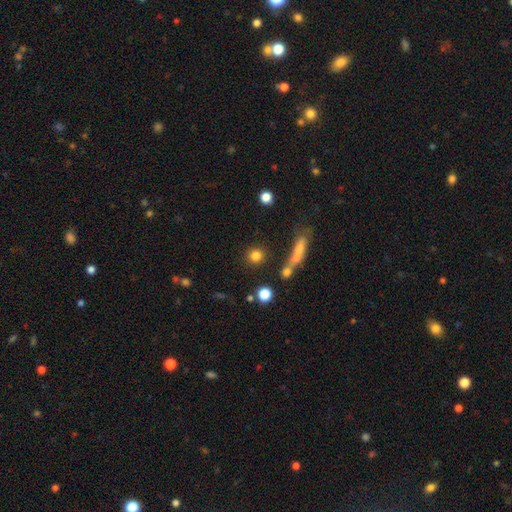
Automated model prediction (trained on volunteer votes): Smooth or featured? smooth (80%)
How rounded? round (87%)
Merging? none (81%)